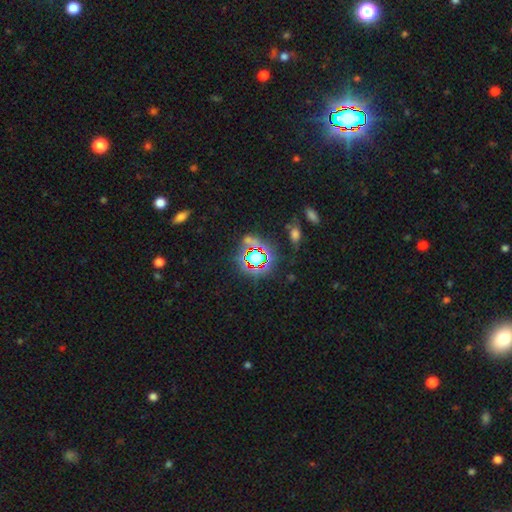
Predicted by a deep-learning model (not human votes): smooth_or_featured: star or artifact (p=0.76) [alt: smooth p=0.14]